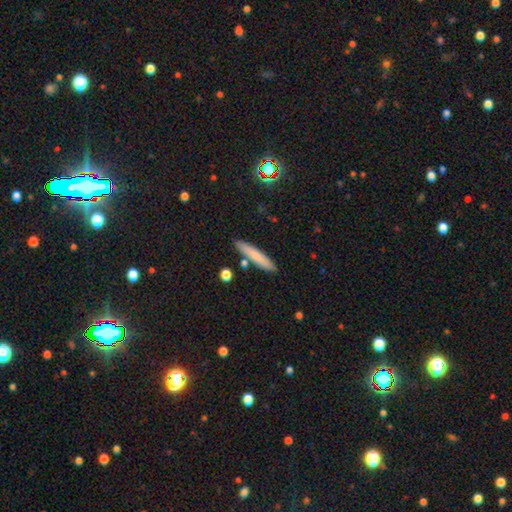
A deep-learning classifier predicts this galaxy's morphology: Smooth or featured? Predicted: smooth (p=0.75). How rounded? Predicted: cigar-shaped (p=0.90). Merging? Predicted: none (p=0.85).